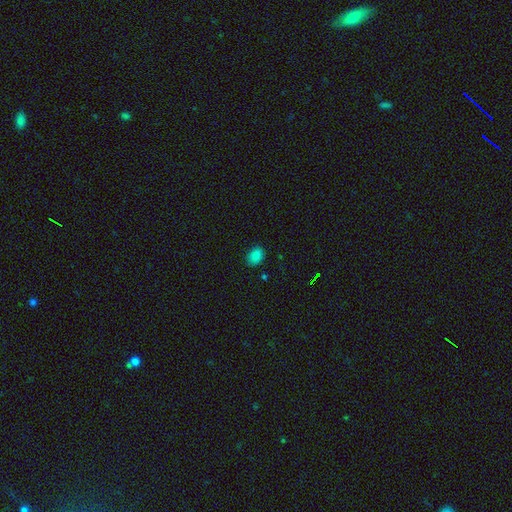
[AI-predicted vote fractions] Smooth or featured? Predicted: smooth (p=0.82). How rounded? Predicted: in between (p=0.70). Merging? Predicted: none (p=0.82).